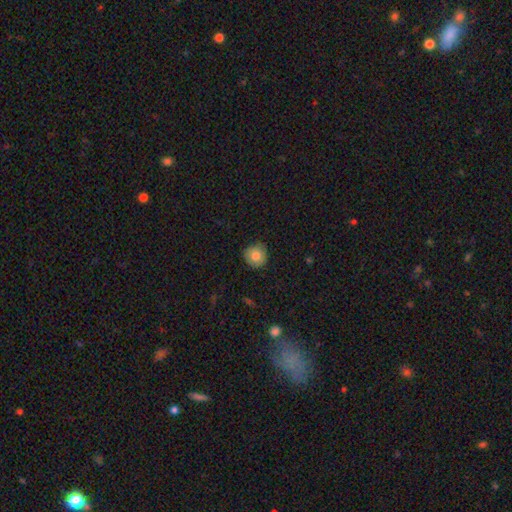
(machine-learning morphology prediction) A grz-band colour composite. It shows a smooth galaxy with no disk features (81%) that is round (91%). Merging: none (81%).